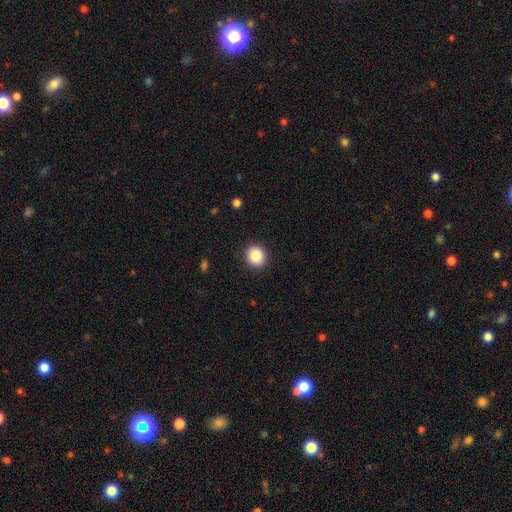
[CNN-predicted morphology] Smooth or featured? Predicted: smooth (p=0.88). How rounded? Predicted: round (p=0.86). Merging? Predicted: none (p=0.90).